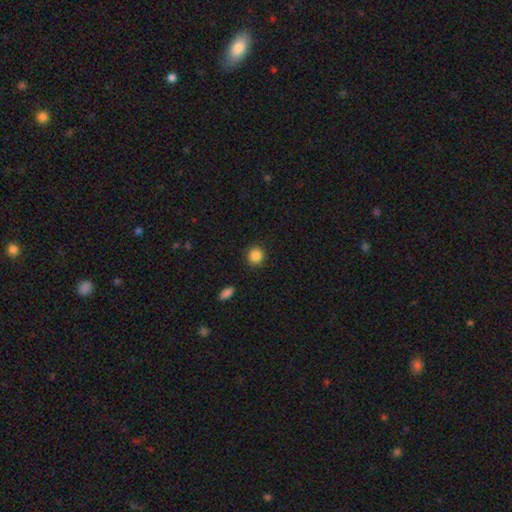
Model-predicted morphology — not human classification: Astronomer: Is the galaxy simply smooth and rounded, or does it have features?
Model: smooth — 86%.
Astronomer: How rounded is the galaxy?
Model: round — 92%.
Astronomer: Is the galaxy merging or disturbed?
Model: none — 91%.